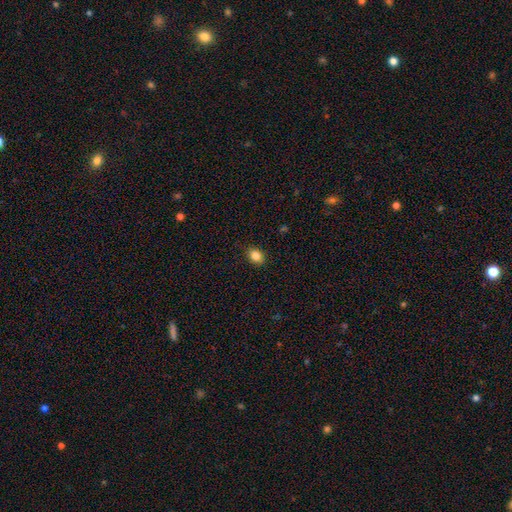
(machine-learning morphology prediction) Q: Smooth or featured?
A: smooth (85%); runner-up: star or artifact (10%)
Q: How rounded?
A: in between (62%); runner-up: round (37%)
Q: Merging?
A: none (88%); runner-up: minor disturbance (9%)